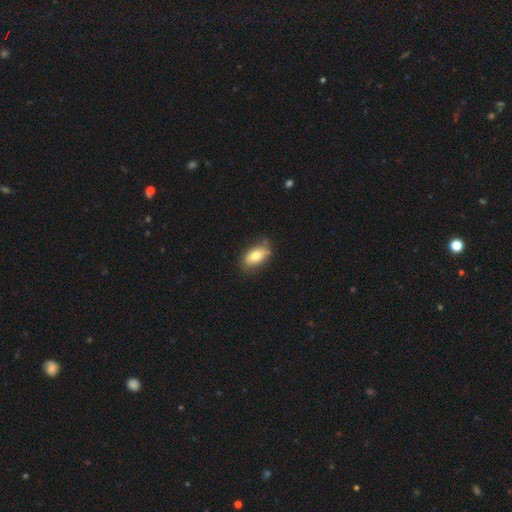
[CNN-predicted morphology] Q: Smooth or featured?
A: smooth (73%); runner-up: featured or disk (20%)
Q: How rounded?
A: in between (89%); runner-up: cigar-shaped (5%)
Q: Merging?
A: none (71%); runner-up: minor disturbance (22%)